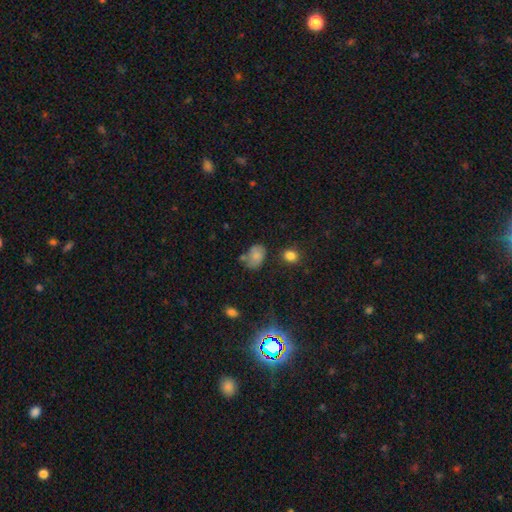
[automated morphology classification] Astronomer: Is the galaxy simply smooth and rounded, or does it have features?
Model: smooth — 69%.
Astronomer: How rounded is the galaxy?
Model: in between — 75%.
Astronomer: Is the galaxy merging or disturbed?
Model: none — 51% (runner-up: minor disturbance, 27%).